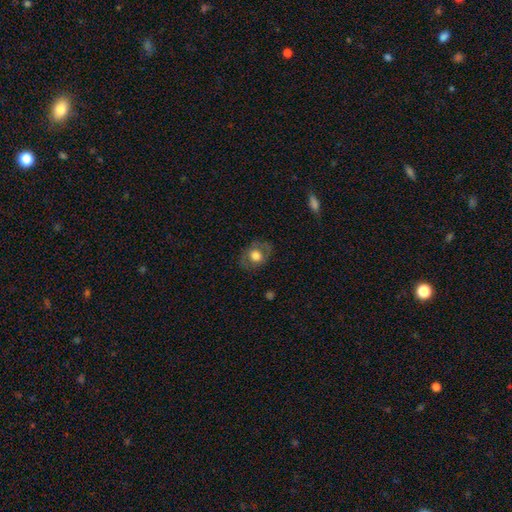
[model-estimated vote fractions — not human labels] Q: Smooth or featured?
A: smooth (63%); runner-up: featured or disk (28%)
Q: How rounded?
A: round (56%); runner-up: in between (43%)
Q: Merging?
A: none (77%); runner-up: minor disturbance (15%)